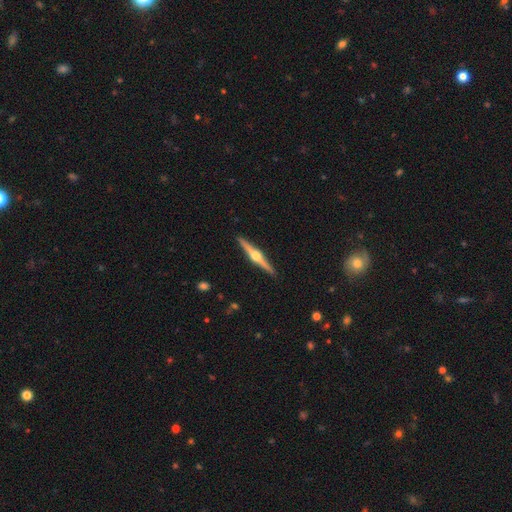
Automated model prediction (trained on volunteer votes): A featured or disk galaxy (84%) viewed edge-on (99%) with a rounded central bulge (96%). Merging: none (92%).